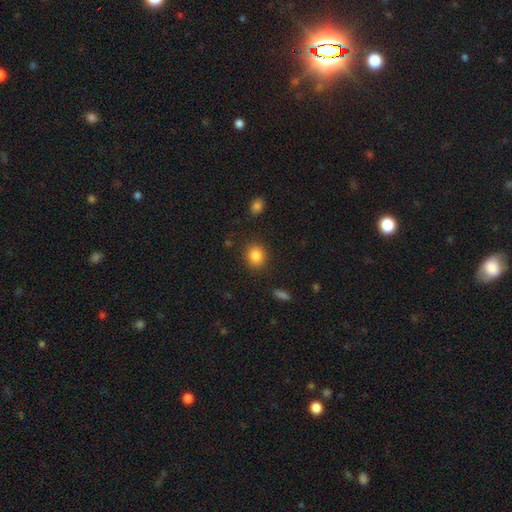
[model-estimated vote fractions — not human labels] Smooth or featured: smooth — 85% (star or artifact — 10%)
How rounded: round — 76% (in between — 23%)
Merging: none — 88% (minor disturbance — 8%)